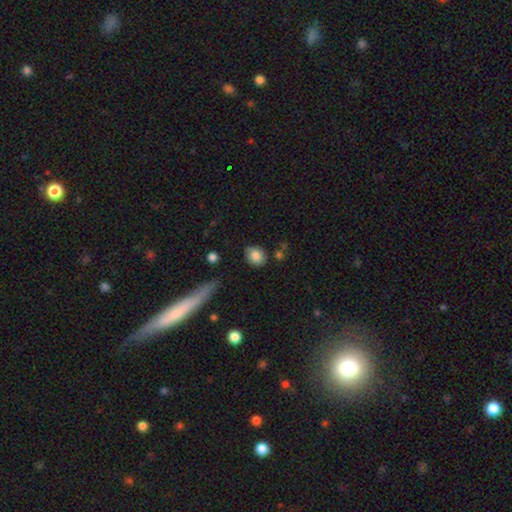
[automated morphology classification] type=smooth (84%); roundness=round (57%); merging=none (82%).